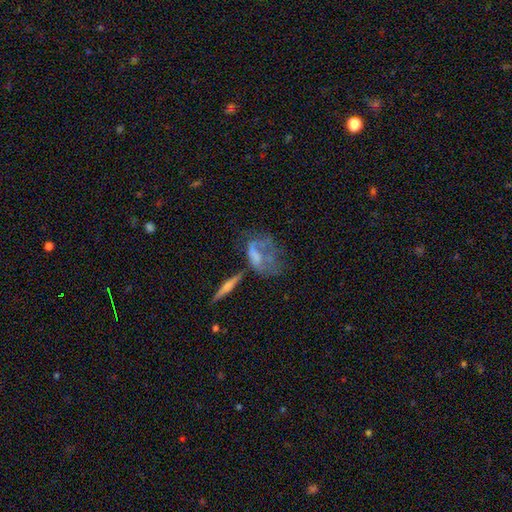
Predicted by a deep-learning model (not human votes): featured or disk 52%, smooth 34%, star or artifact 14%. Down the decision tree: edge-on disk — no (83%); merging — major disturbance (33%).